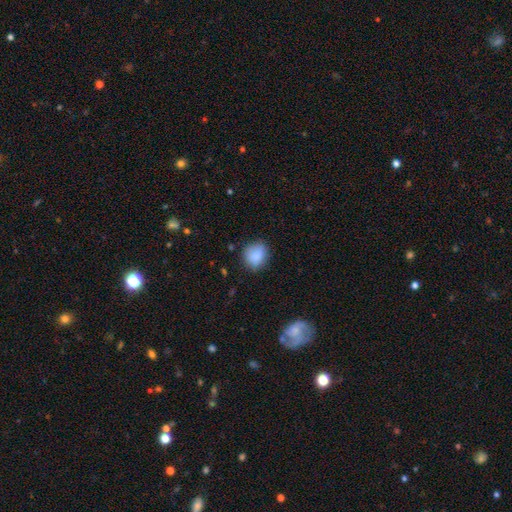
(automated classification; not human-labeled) smooth 86%, star or artifact 8%, featured or disk 6%. Down the decision tree: how rounded — round (66%); merging — none (77%).